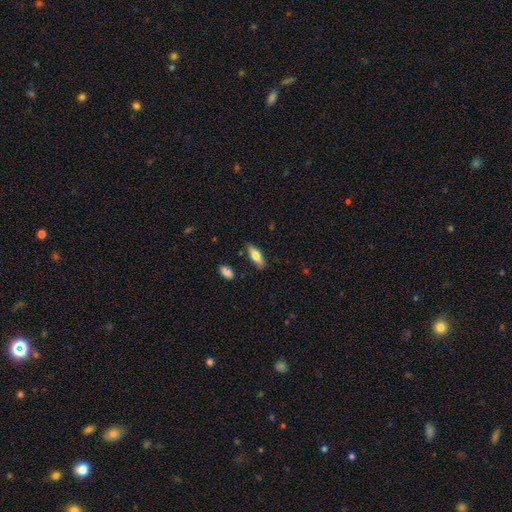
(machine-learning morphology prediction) smooth 70%, featured or disk 24%, star or artifact 6%. Down the decision tree: how rounded — in between (63%); merging — none (83%).